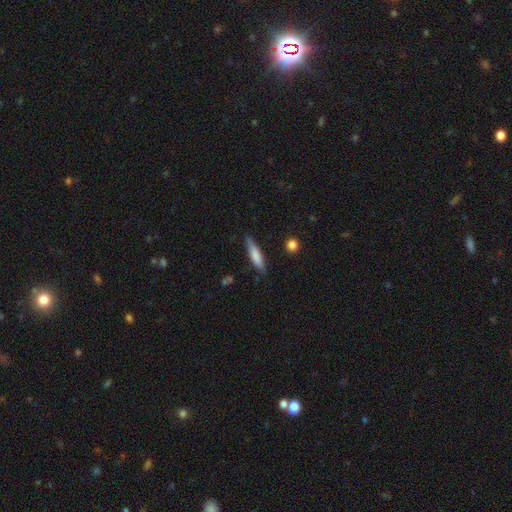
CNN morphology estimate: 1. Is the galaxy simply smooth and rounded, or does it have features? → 75% smooth, 19% featured or disk, 6% star or artifact.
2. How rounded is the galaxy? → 78% cigar-shaped, 21% in between, 2% round.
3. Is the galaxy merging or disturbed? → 80% none, 16% minor disturbance, 3% major disturbance, 2% merger.